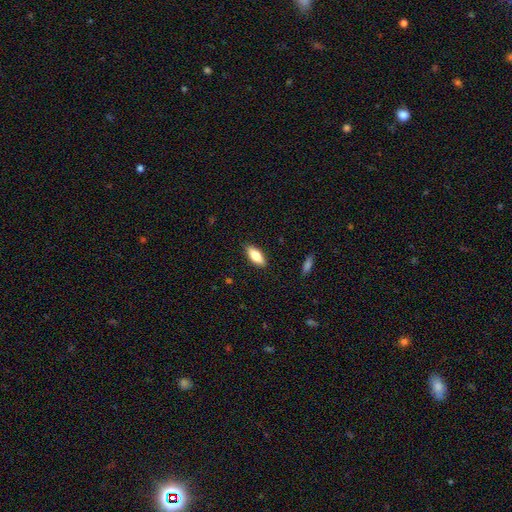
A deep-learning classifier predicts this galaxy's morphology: Smooth or featured? smooth (77%)
How rounded? in between (77%)
Merging? none (87%)